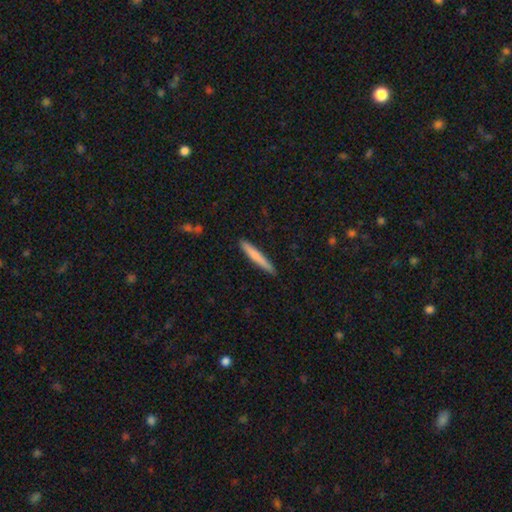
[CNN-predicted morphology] type=smooth (71%); roundness=cigar-shaped (96%); merging=none (90%).